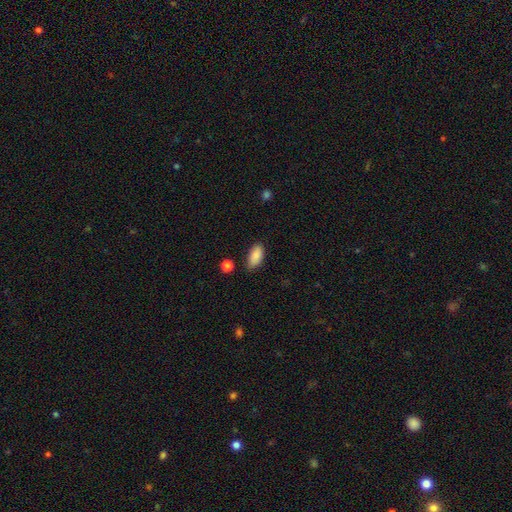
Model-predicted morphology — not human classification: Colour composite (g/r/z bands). It shows a smooth galaxy with no disk features (88%) that is in between round and cigar-shaped (92%). Merging: none (77%).